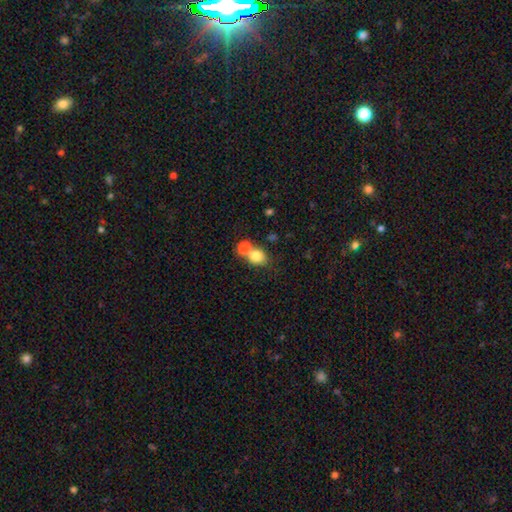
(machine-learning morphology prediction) Overall: smooth (79%). How rounded: round (68%; in between 31%). Merging: none (47%; merger 40%).